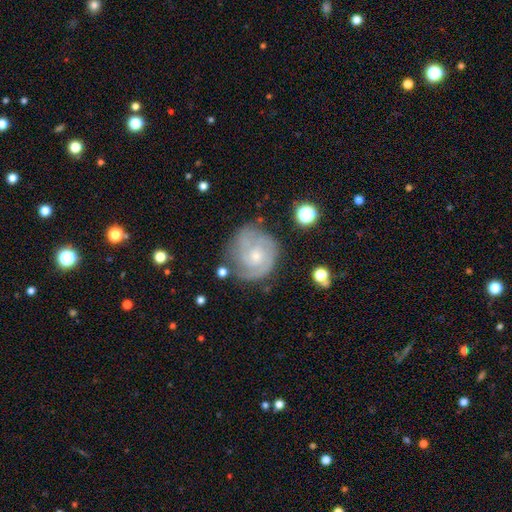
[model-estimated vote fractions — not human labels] Smooth or featured?
  - featured or disk: 81% *
  - smooth: 13%
  - star or artifact: 6%
Edge-on disk?
  - no: 98% *
  - yes: 2%
Bar?
  - no: 71% *
  - weak: 25%
  - strong: 3%
Spiral arms?
  - yes: 94% *
  - no: 6%
Spiral winding?
  - tight: 59% *
  - medium: 33%
  - loose: 8%
Spiral arm count?
  - 2: 41% *
  - can't tell: 24%
  - 3: 22%
  - 1: 6%
  - 4: 5%
  - more than 4: 4%
Bulge size?
  - small: 71% *
  - moderate: 24%
  - none: 3%
  - large: 1%
  - dominant: 1%
Merging?
  - none: 67% *
  - minor disturbance: 20%
  - major disturbance: 9%
  - merger: 4%